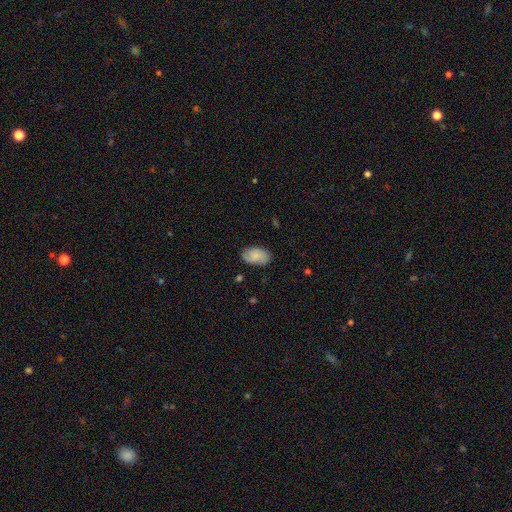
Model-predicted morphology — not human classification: The model was most divided on "merging": none: 78%, minor disturbance: 17%, major disturbance: 3%, merger: 1%. More confident: how rounded — in between (93%); smooth or featured — smooth (81%).